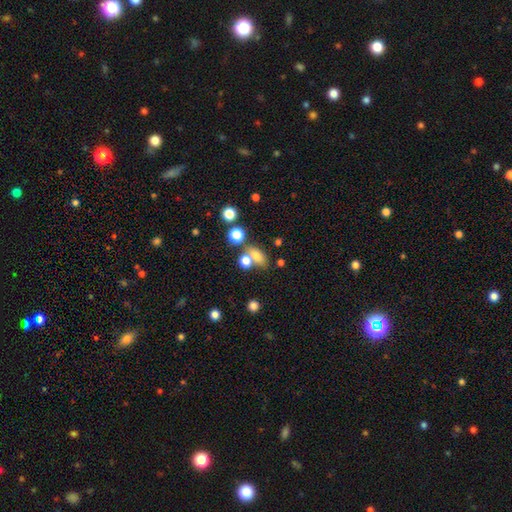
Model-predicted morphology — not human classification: type=smooth (73%); roundness=in between (70%); merging=none (51%).